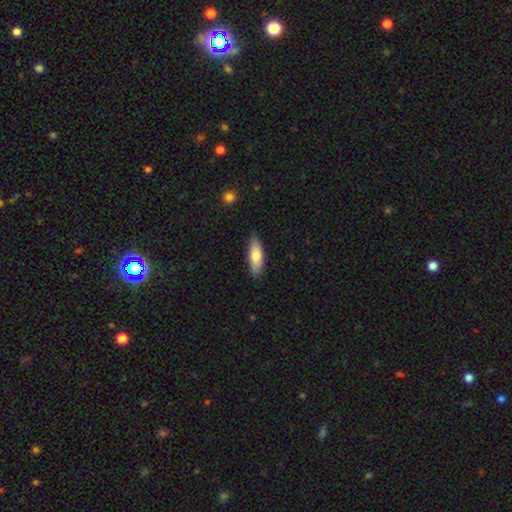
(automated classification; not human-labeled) Overall: smooth (78%). How rounded: in between (55%; cigar-shaped 43%). Merging: none (82%).